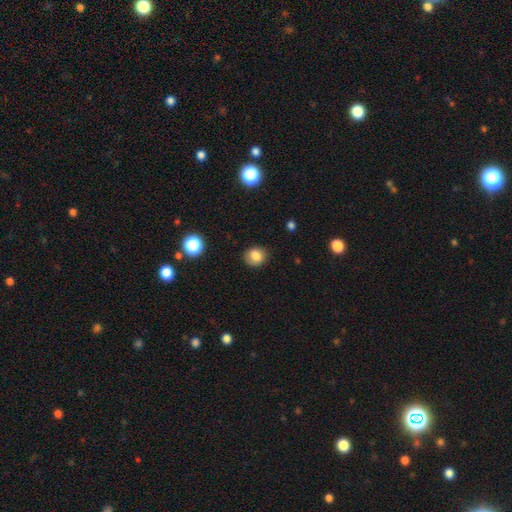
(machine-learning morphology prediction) The model was most divided on "how rounded": round: 72%, in between: 27%, cigar-shaped: 1%. More confident: merging — none (82%); smooth or featured — smooth (82%).